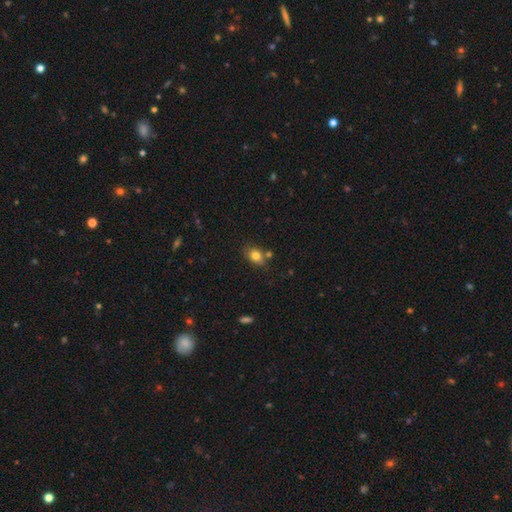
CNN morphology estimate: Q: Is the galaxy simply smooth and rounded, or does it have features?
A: smooth — 80%.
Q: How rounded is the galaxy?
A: in between — 68%.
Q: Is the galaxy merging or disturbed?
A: none — 65%.